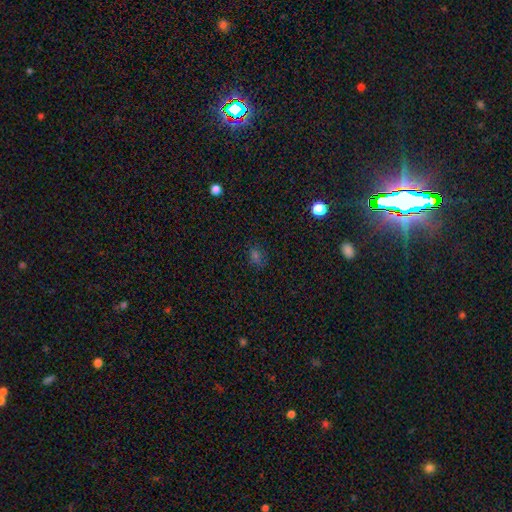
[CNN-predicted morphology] Smooth or featured? Predicted: smooth (p=0.53). How rounded? Predicted: in between (p=0.52). Merging? Predicted: none (p=0.77).